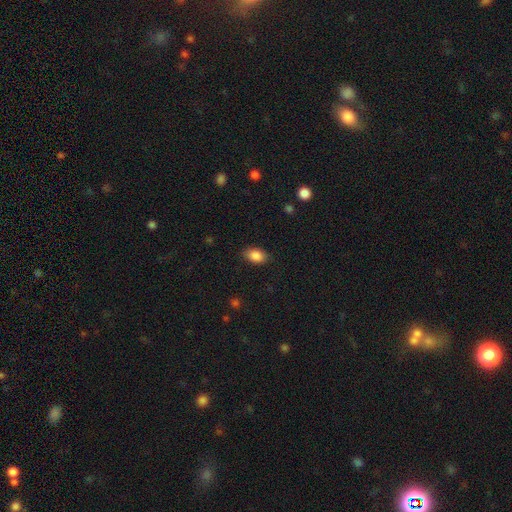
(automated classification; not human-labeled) This is clearly a smooth galaxy (87%). How rounded: clearly in between (87%). Merging: clearly none (85%).